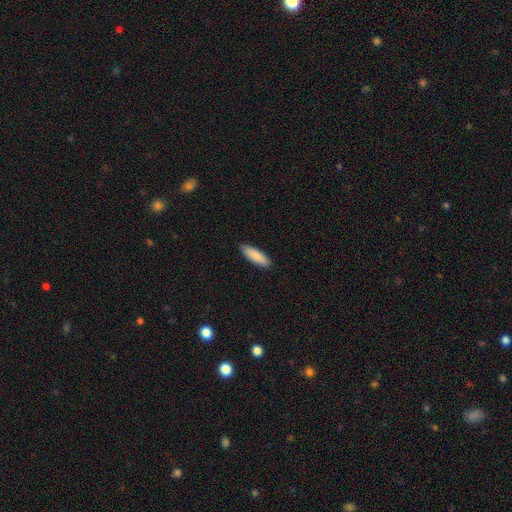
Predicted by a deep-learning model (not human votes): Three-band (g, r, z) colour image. It shows a smooth galaxy with no disk features (87%) that is cigar-shaped (52%). Merging: none (88%).